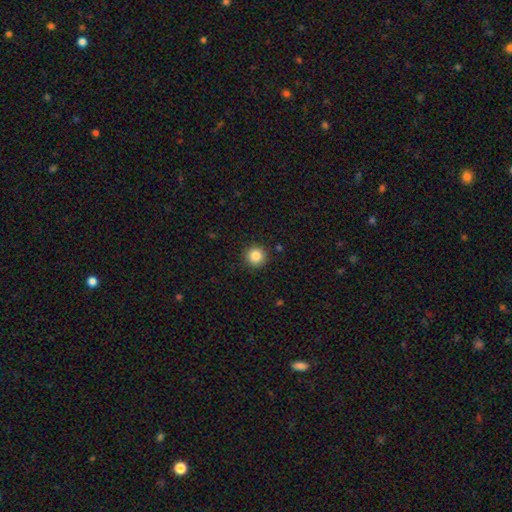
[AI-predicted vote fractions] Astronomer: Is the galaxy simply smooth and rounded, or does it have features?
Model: smooth — 85%.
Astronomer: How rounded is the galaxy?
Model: round — 95%.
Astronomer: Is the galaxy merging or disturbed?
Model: none — 92%.